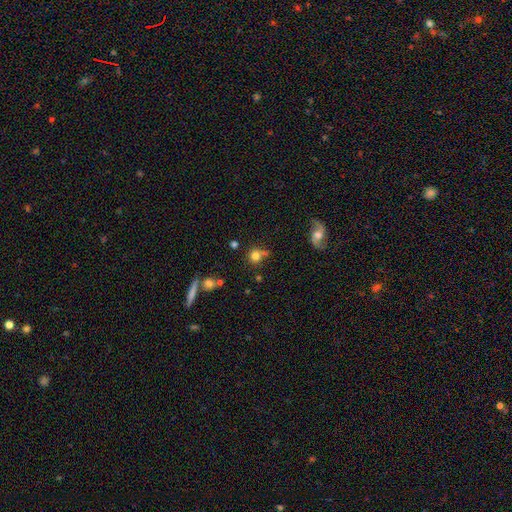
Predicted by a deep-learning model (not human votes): Smooth or featured: smooth — 76% (star or artifact — 12%)
How rounded: round — 89% (in between — 10%)
Merging: none — 63% (merger — 18%)